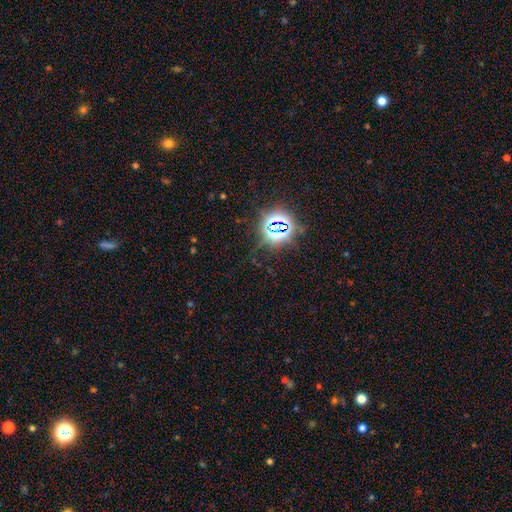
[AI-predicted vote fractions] Smooth or featured? star or artifact (79%)